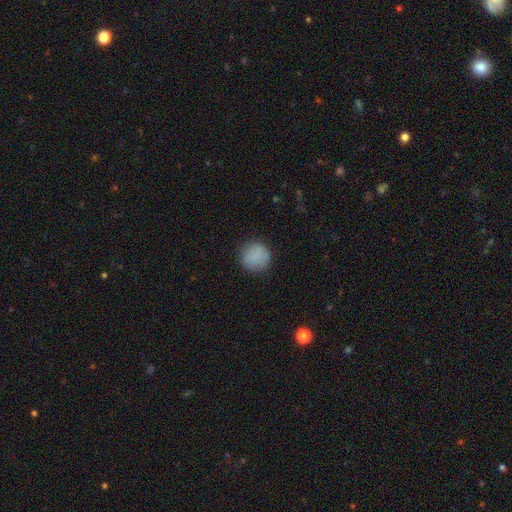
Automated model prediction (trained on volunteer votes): smooth-or-featured: smooth: 86% | star or artifact: 8% | featured or disk: 6%
  how-rounded: round: 93% | in between: 6% | cigar-shaped: 1%
  merging: none: 84% | minor disturbance: 12% | major disturbance: 3% | merger: 1%